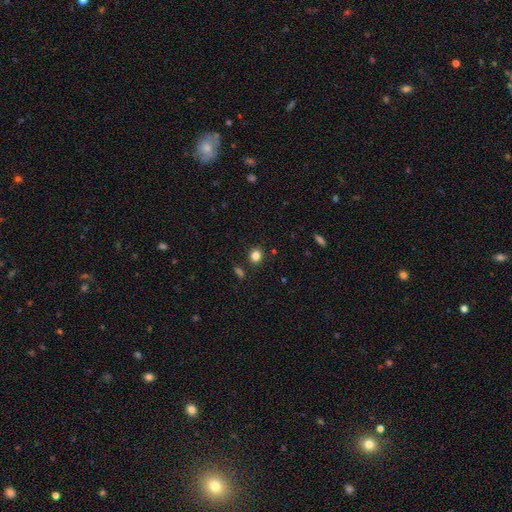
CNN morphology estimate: Smooth or featured? smooth (84%)
How rounded? round (72%)
Merging? none (87%)